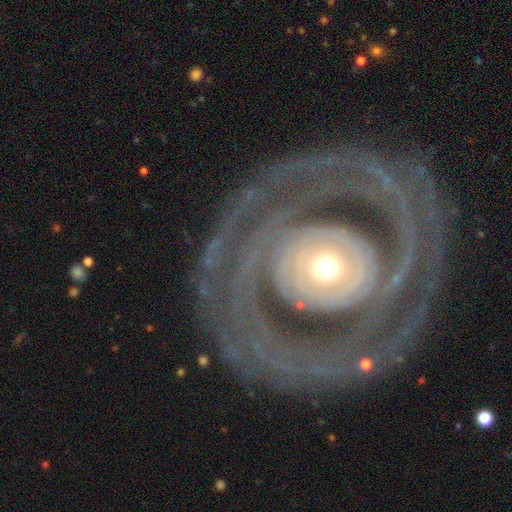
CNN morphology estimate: Q: Smooth or featured?
A: featured or disk (86%); runner-up: smooth (9%)
Q: Edge-on disk?
A: no (97%); runner-up: yes (3%)
Q: Bar?
A: no (71%); runner-up: weak (16%)
Q: Spiral arms?
A: yes (83%); runner-up: no (17%)
Q: Spiral winding?
A: tight (77%); runner-up: medium (17%)
Q: Spiral arm count?
A: 2 (33%); runner-up: can't tell (27%)
Q: Bulge size?
A: moderate (59%); runner-up: small (28%)
Q: Merging?
A: none (79%); runner-up: minor disturbance (12%)